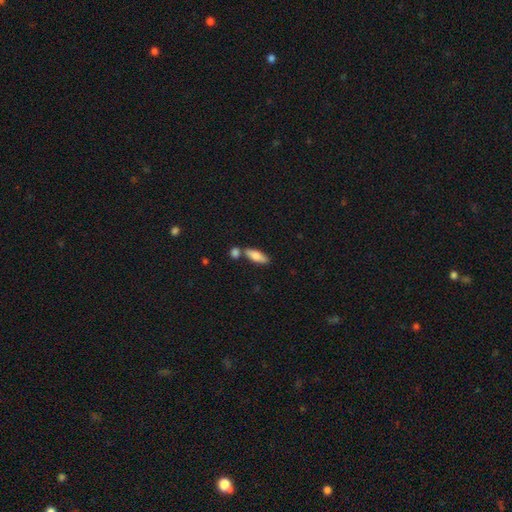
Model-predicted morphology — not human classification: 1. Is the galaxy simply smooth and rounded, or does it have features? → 78% smooth, 16% featured or disk, 6% star or artifact.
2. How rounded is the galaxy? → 62% in between, 35% cigar-shaped, 3% round.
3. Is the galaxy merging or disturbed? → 63% none, 22% merger, 12% minor disturbance, 3% major disturbance.